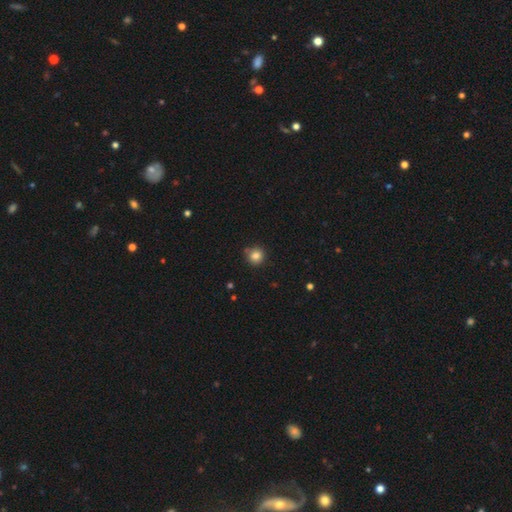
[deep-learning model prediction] smooth-or-featured: smooth: 83% | star or artifact: 11% | featured or disk: 6%
  how-rounded: round: 93% | in between: 6% | cigar-shaped: 1%
  merging: none: 83% | minor disturbance: 11% | merger: 4% | major disturbance: 2%